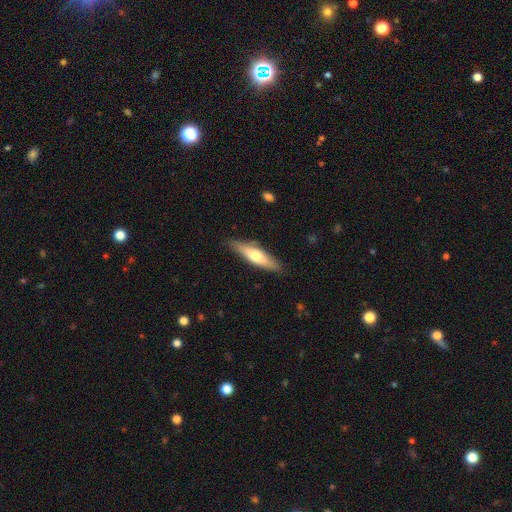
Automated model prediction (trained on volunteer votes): This is possibly a smooth galaxy (52%). How rounded: likely cigar-shaped (72%). Merging: clearly none (84%).